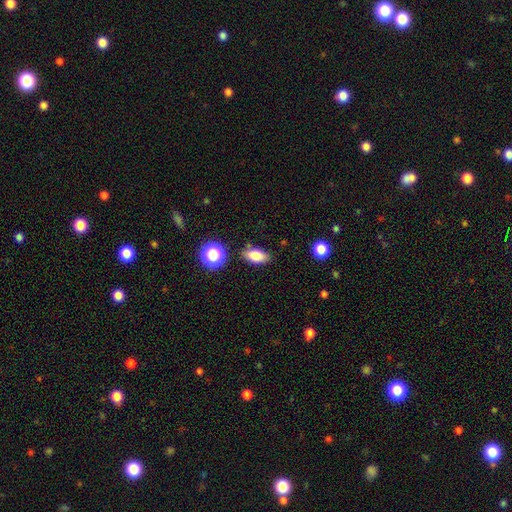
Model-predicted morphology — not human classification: type=smooth (81%); roundness=in between (85%); merging=none (82%).